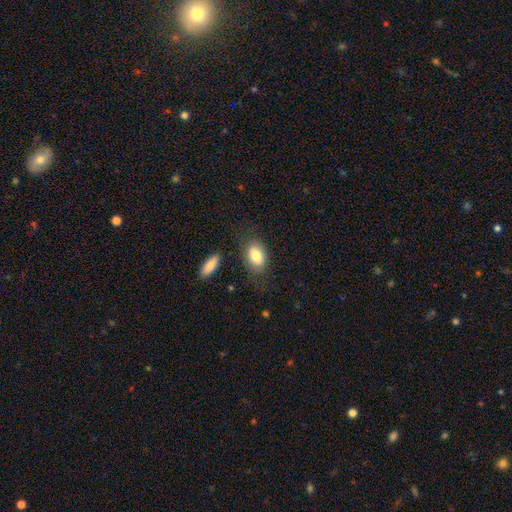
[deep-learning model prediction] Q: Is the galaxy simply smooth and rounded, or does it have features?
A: smooth — 80%.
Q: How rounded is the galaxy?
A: in between — 86%.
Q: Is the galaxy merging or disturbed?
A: none — 76%.